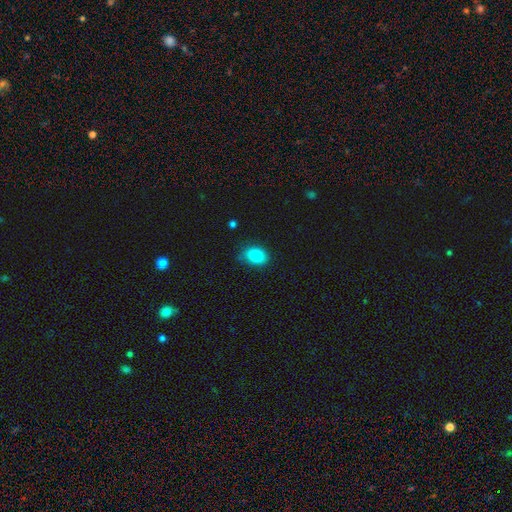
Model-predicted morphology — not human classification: A smooth galaxy with no disk features (84%) that is in between round and cigar-shaped (71%). Merging: none (77%).